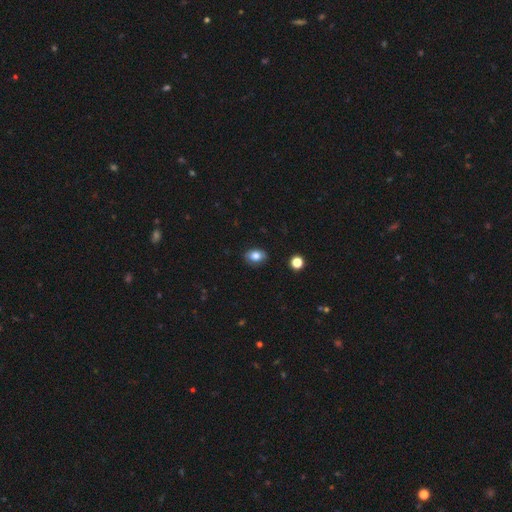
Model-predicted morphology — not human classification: type=smooth (82%); roundness=in between (73%); merging=none (86%).